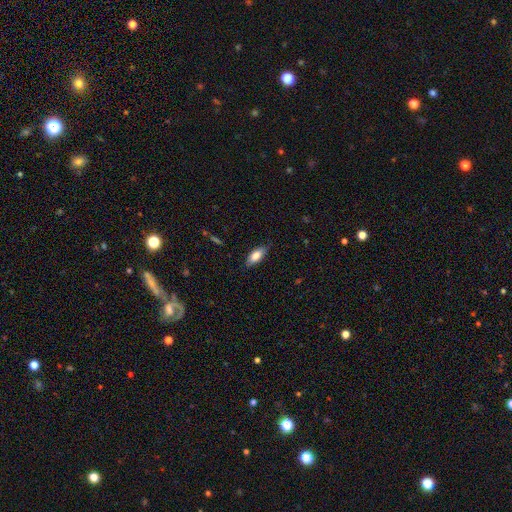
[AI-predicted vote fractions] smooth-or-featured: smooth: 79% | featured or disk: 15% | star or artifact: 6%
  how-rounded: in between: 80% | cigar-shaped: 17% | round: 3%
  merging: none: 81% | minor disturbance: 16% | major disturbance: 3% | merger: 1%